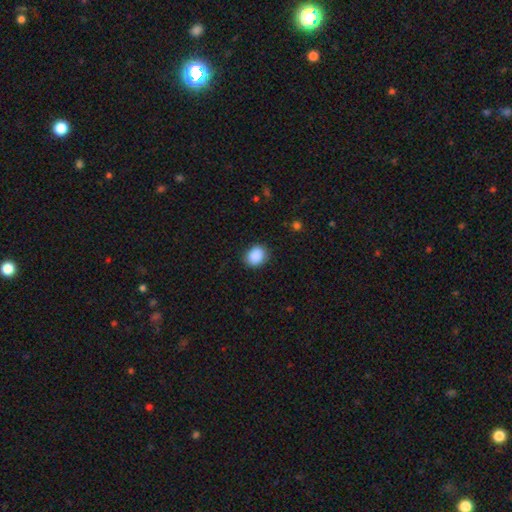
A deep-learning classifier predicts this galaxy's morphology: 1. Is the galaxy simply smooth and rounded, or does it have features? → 89% smooth, 8% star or artifact, 3% featured or disk.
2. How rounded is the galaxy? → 56% round, 43% in between, 1% cigar-shaped.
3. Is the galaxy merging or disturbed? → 87% none, 9% minor disturbance, 2% major disturbance, 1% merger.